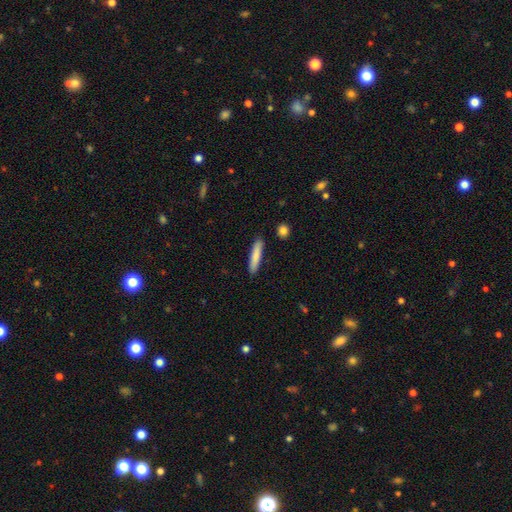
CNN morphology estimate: Q: Smooth or featured?
A: smooth (81%); runner-up: featured or disk (13%)
Q: How rounded?
A: cigar-shaped (89%); runner-up: in between (9%)
Q: Merging?
A: none (88%); runner-up: minor disturbance (8%)